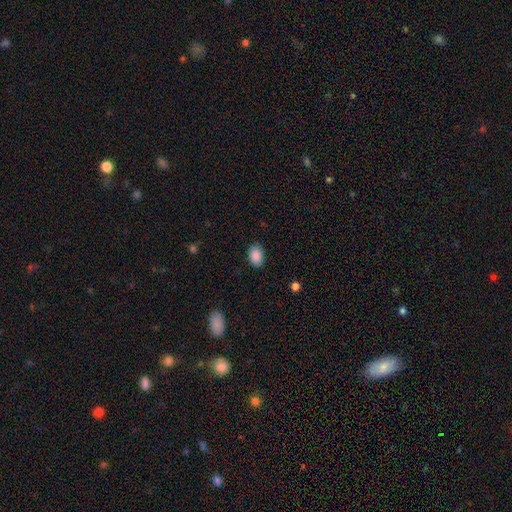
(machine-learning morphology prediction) Smooth or featured?
  - smooth: 89% *
  - star or artifact: 7%
  - featured or disk: 4%
How rounded?
  - in between: 83% *
  - round: 15%
  - cigar-shaped: 1%
Merging?
  - none: 87% *
  - minor disturbance: 10%
  - major disturbance: 2%
  - merger: 1%